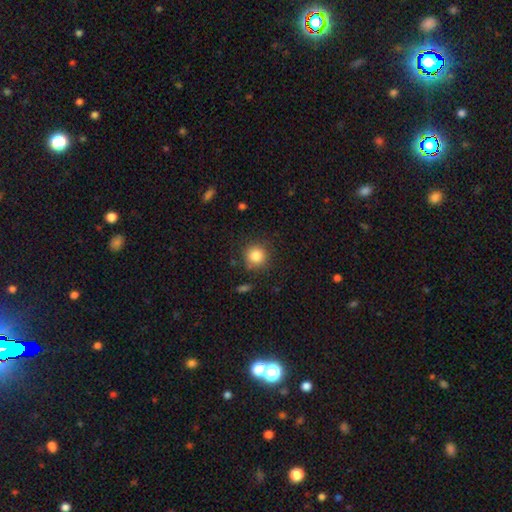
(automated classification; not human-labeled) smooth-or-featured: smooth: 84% | star or artifact: 10% | featured or disk: 6%
  how-rounded: round: 93% | in between: 6% | cigar-shaped: 1%
  merging: none: 85% | minor disturbance: 10% | major disturbance: 3% | merger: 3%